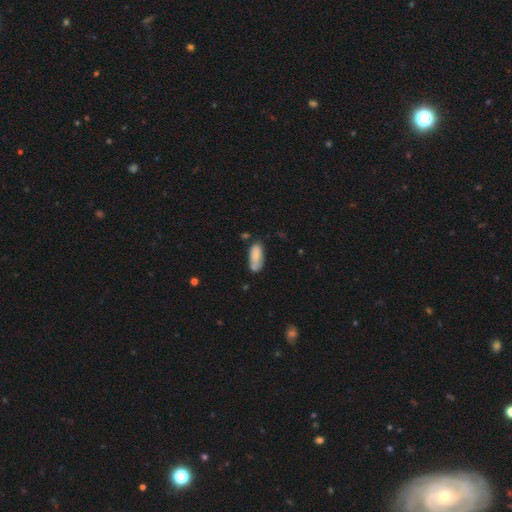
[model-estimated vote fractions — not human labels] Morphology: type=smooth (79%); roundness=in between (79%); merging=none (58%).